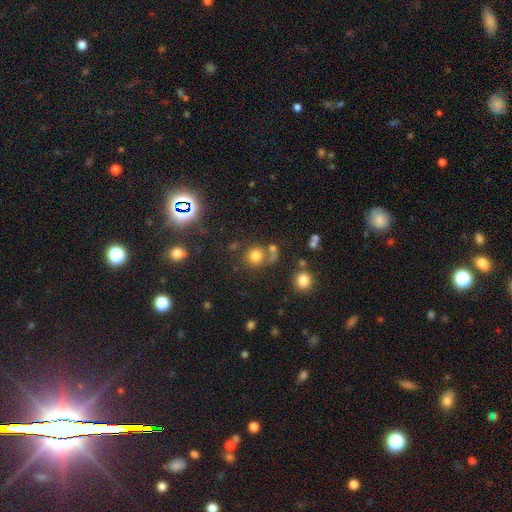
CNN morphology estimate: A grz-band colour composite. It shows a smooth galaxy with no disk features (72%) that is round (87%). Merging: none (61%).